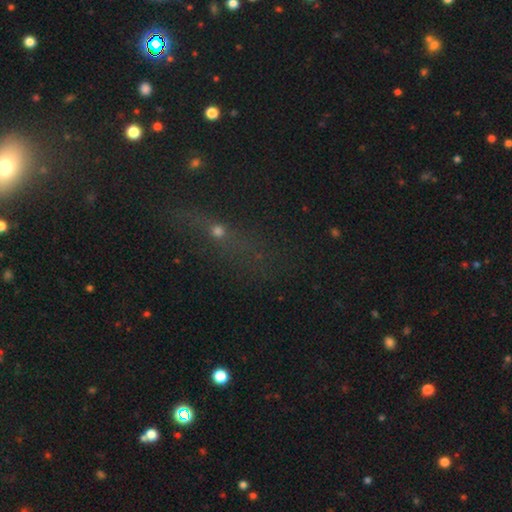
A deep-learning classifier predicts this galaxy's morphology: Q: Smooth or featured?
A: star or artifact (45%); runner-up: smooth (31%)